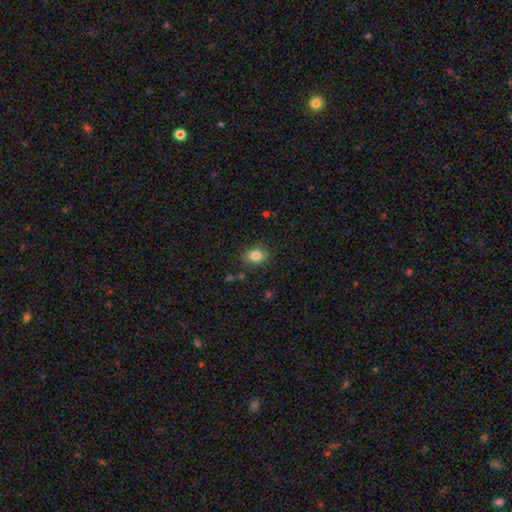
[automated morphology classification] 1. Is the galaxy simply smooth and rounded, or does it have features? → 83% smooth, 10% star or artifact, 7% featured or disk.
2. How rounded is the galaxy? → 59% in between, 40% round, 1% cigar-shaped.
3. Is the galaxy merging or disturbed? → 84% none, 11% minor disturbance, 3% major disturbance, 2% merger.